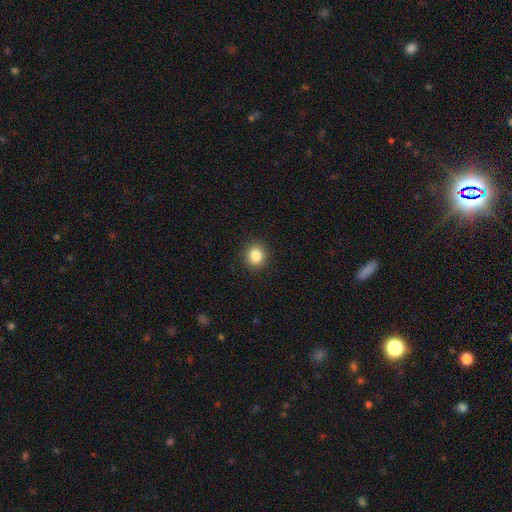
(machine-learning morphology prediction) This appears to be a smooth galaxy with no disk features (84%) that is round (82%). Merging: none (90%).